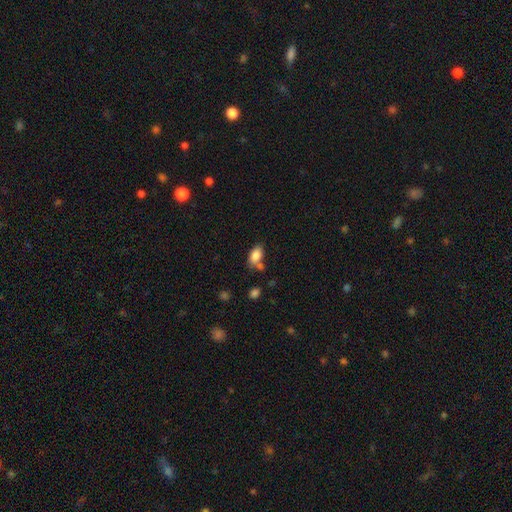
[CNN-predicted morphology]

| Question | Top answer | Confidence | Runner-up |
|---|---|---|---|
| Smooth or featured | smooth | 84% | star or artifact (9%) |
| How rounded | in between | 90% | round (8%) |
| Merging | none | 54% | merger (21%) |